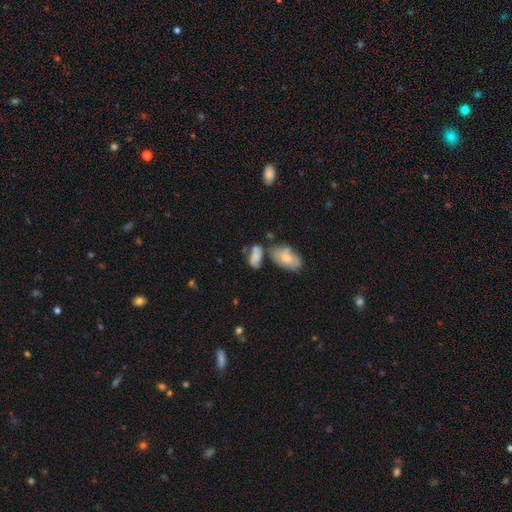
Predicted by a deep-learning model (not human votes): Overall: smooth (68%). How rounded: in between (86%). Merging: none (36%; merger 31%).